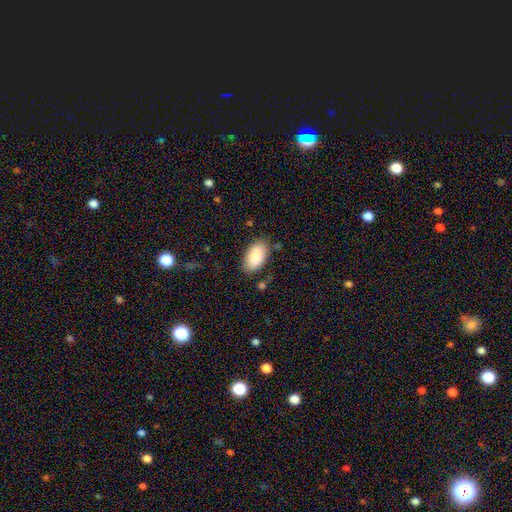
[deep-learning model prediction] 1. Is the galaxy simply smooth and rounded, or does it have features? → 87% smooth, 7% featured or disk, 6% star or artifact.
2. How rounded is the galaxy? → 95% in between, 4% round, 1% cigar-shaped.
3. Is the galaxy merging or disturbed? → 80% none, 14% minor disturbance, 4% major disturbance, 2% merger.